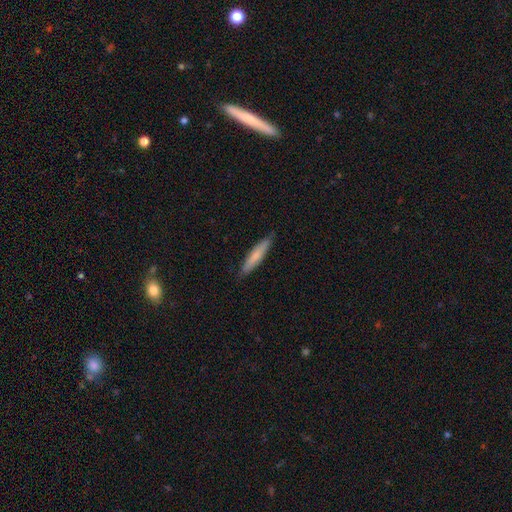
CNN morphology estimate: This is likely a smooth galaxy (71%). How rounded: clearly cigar-shaped (88%). Merging: clearly none (88%).